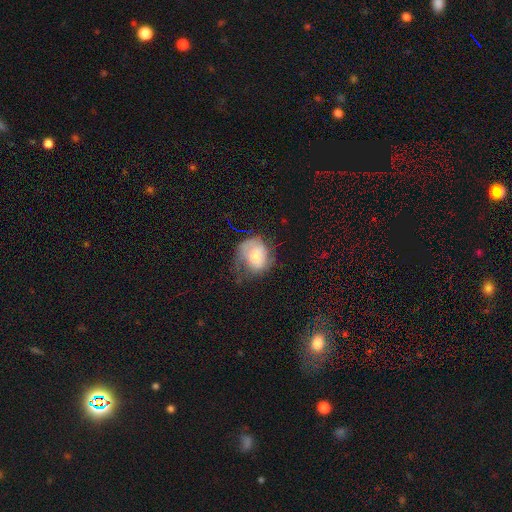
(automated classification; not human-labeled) A smooth galaxy with no disk features (52%) that is round (58%). Merging: none (37%).